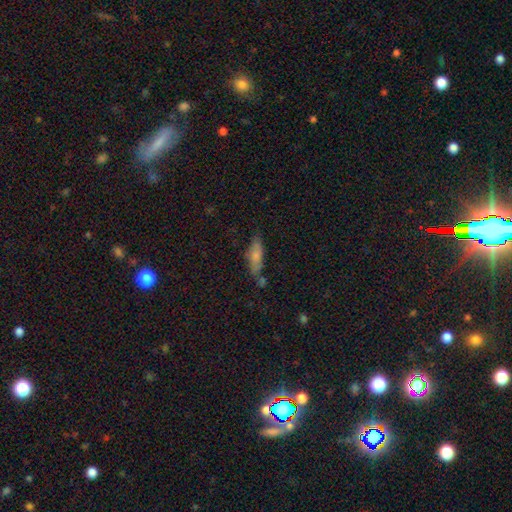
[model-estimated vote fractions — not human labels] Overall: smooth (70%). How rounded: in between (52%; cigar-shaped 45%). Merging: none (58%; minor disturbance 23%).